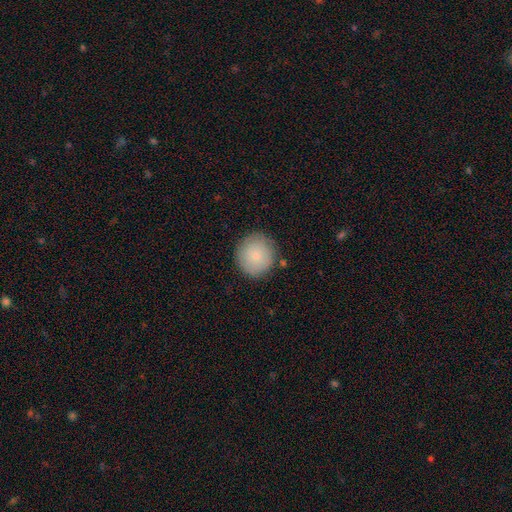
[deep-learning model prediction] smooth-or-featured: smooth: 82% | featured or disk: 12% | star or artifact: 7%
  how-rounded: round: 93% | in between: 6% | cigar-shaped: 1%
  merging: none: 84% | minor disturbance: 11% | major disturbance: 3% | merger: 2%